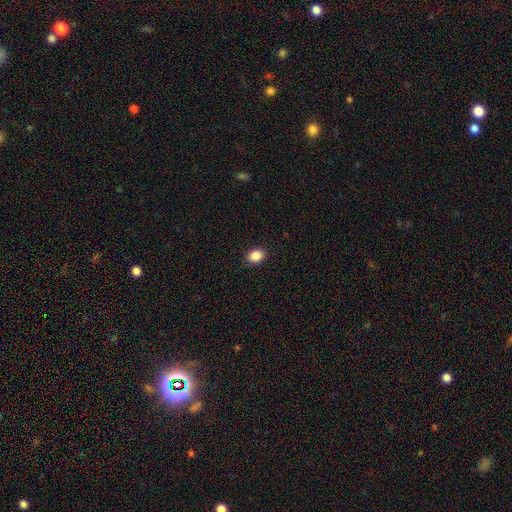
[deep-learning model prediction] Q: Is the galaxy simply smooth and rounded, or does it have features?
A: smooth — 87%.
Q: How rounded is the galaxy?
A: in between — 61%.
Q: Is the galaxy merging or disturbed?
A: none — 89%.